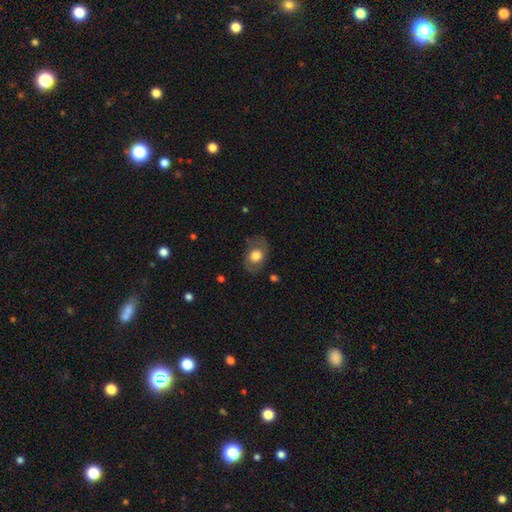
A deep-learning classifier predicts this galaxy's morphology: The model was most divided on "smooth or featured": smooth: 64%, featured or disk: 29%, star or artifact: 7%. More confident: merging — none (73%); how rounded — in between (70%).